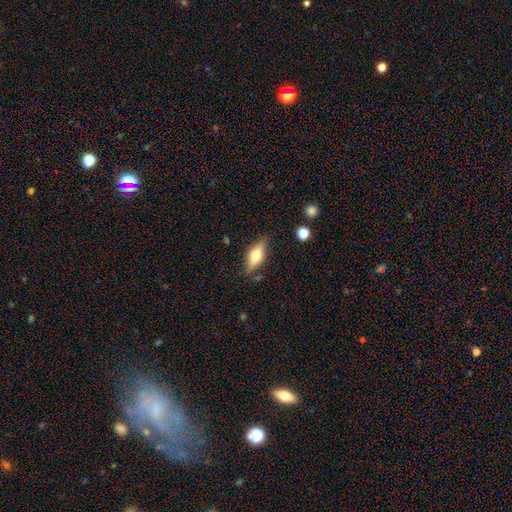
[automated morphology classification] A smooth galaxy with no disk features (49%). Merging: none (79%).